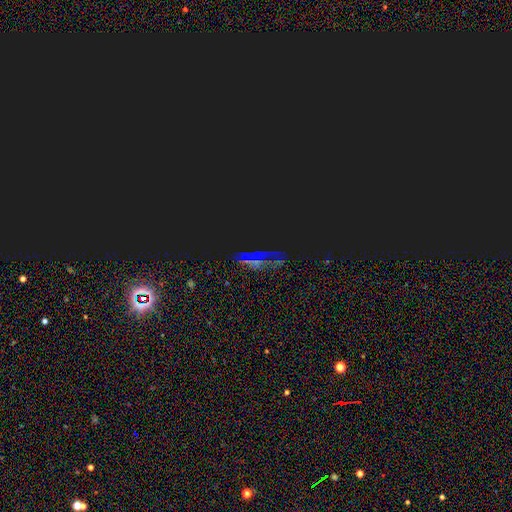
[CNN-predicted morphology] Smooth or featured?
  - star or artifact: 70% *
  - smooth: 18%
  - featured or disk: 12%